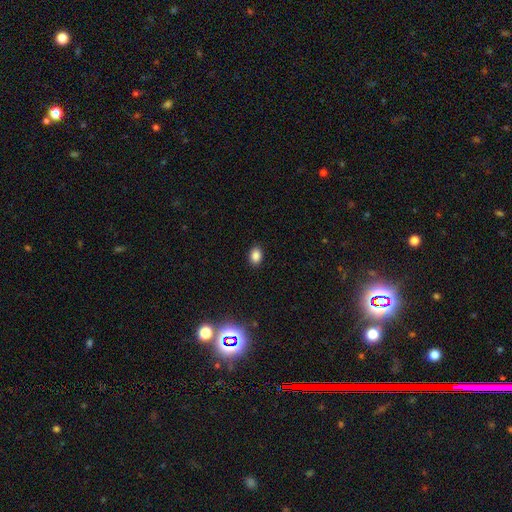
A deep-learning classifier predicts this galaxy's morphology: Overall: smooth (86%). How rounded: in between (73%). Merging: none (89%).